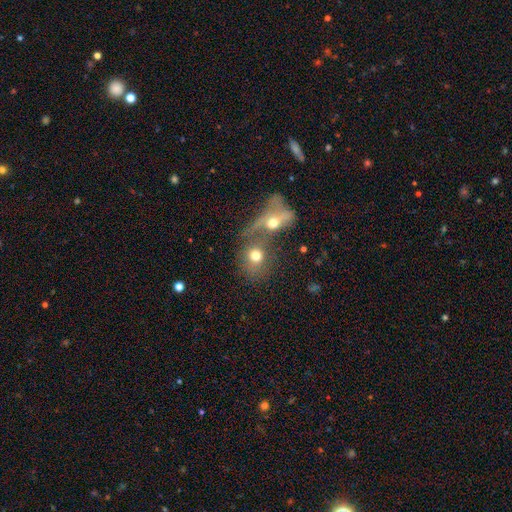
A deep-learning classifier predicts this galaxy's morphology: Overall: smooth (68%). How rounded: round (65%; in between 33%). Merging: merger (62%).